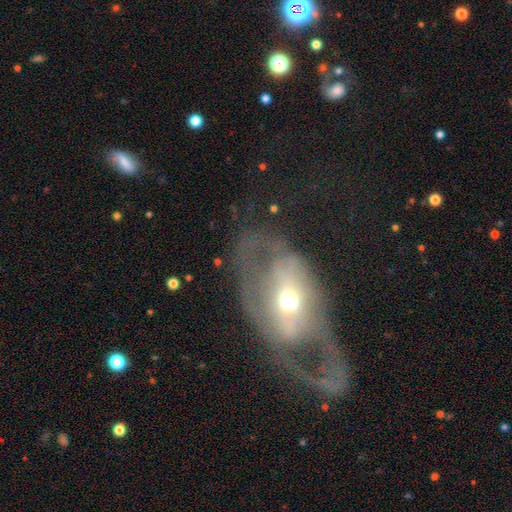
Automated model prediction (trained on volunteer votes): smooth-or-featured: featured or disk: 78% | smooth: 15% | star or artifact: 8%
  disk-edge-on: no: 92% | yes: 8%
    bar: no: 43% | weak: 34% | strong: 23%
    has-spiral-arms: yes: 69% | no: 31%
    bulge-size: moderate: 55% | small: 38% | large: 5% | dominant: 1% | none: 1%
  merging: none: 41% | major disturbance: 38% | minor disturbance: 17% | merger: 4%